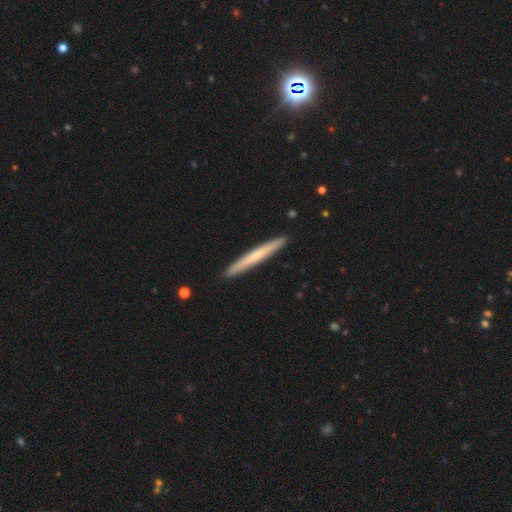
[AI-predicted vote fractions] The model was most divided on "smooth or featured": smooth: 50%, featured or disk: 45%, star or artifact: 5%. More confident: merging — none (92%).